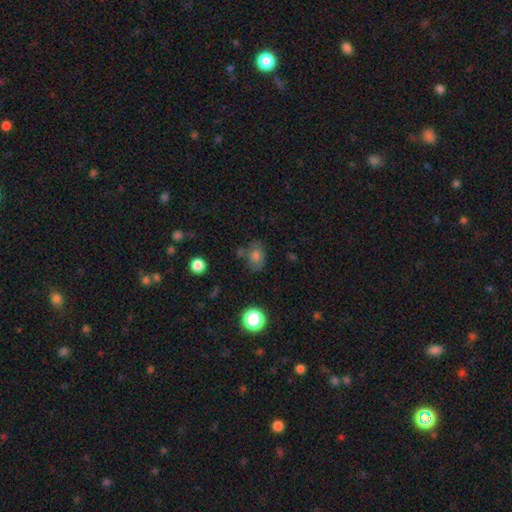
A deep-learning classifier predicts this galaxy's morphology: type=smooth (70%); roundness=in between (63%); merging=none (62%).